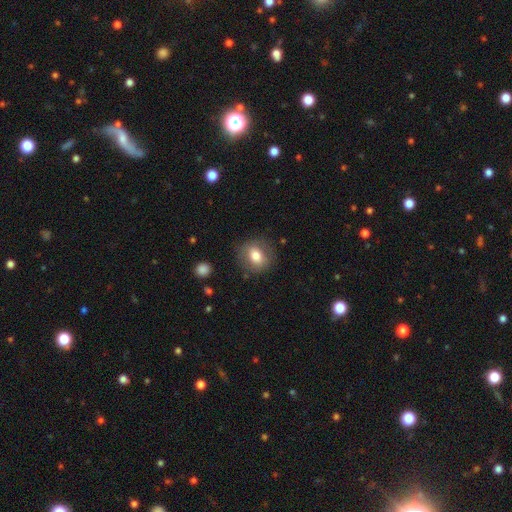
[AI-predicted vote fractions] smooth_or_featured: smooth (p=0.74) [alt: featured or disk p=0.17]
how_rounded: round (p=0.69) [alt: in between p=0.29]
merging: none (p=0.81) [alt: minor disturbance p=0.13]